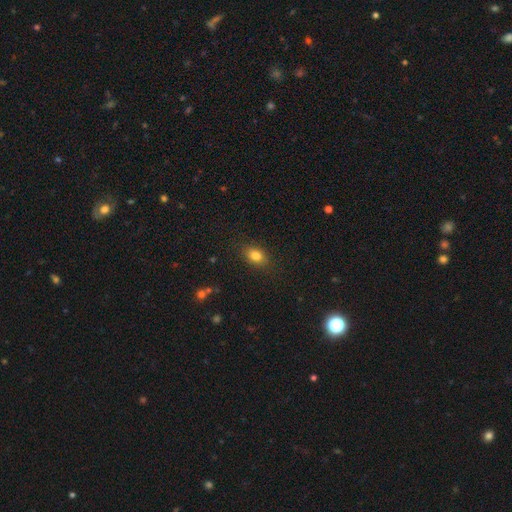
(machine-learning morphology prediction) Q: Smooth or featured?
A: smooth (82%); runner-up: star or artifact (10%)
Q: How rounded?
A: in between (76%); runner-up: round (21%)
Q: Merging?
A: none (86%); runner-up: minor disturbance (10%)